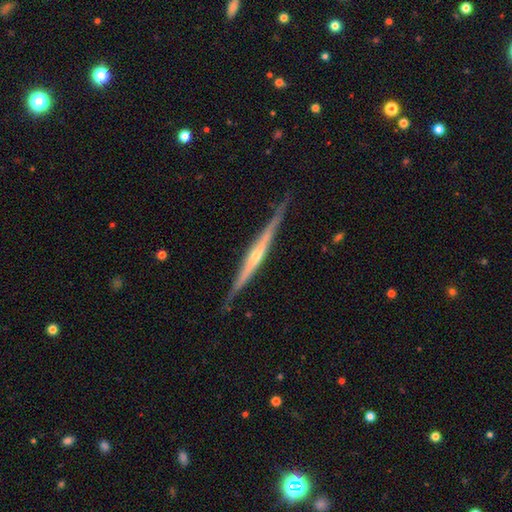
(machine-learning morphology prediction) Q: Smooth or featured?
A: featured or disk (81%); runner-up: smooth (13%)
Q: Edge-on disk?
A: yes (98%); runner-up: no (2%)
Q: Edge-on bulge?
A: rounded (64%); runner-up: none (27%)
Q: Merging?
A: none (87%); runner-up: minor disturbance (10%)